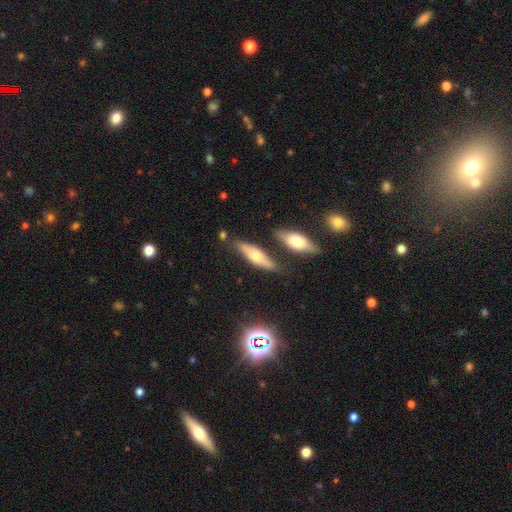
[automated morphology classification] smooth_or_featured: smooth (p=0.53) [alt: featured or disk p=0.40]
how_rounded: cigar-shaped (p=0.54) [alt: in between p=0.44]
merging: none (p=0.72) [alt: minor disturbance p=0.15]